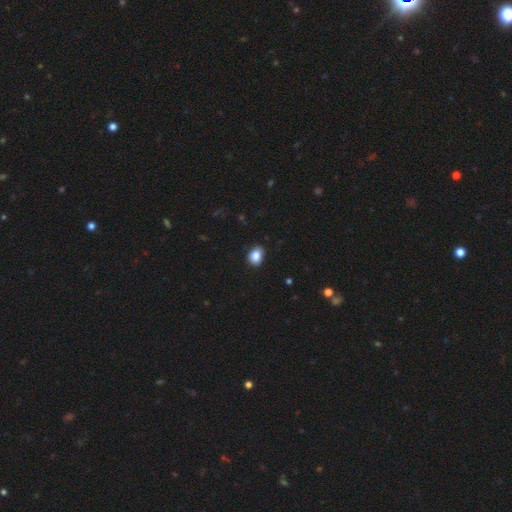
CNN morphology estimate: Overall: smooth (86%). How rounded: in between (66%; round 33%). Merging: none (84%).